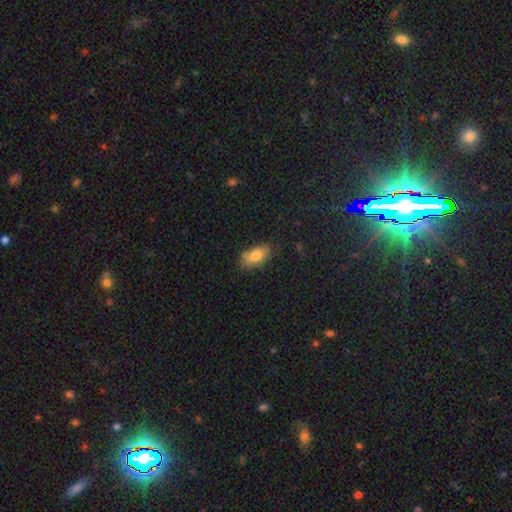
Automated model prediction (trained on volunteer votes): smooth-or-featured: smooth: 79% | featured or disk: 12% | star or artifact: 8%
  how-rounded: in between: 89% | cigar-shaped: 6% | round: 5%
  merging: none: 73% | minor disturbance: 20% | major disturbance: 4% | merger: 2%